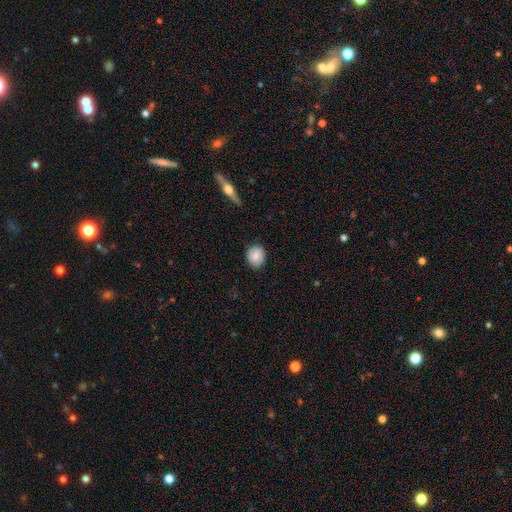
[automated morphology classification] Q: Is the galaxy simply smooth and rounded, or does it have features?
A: smooth — 83%.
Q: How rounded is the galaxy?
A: round — 65%.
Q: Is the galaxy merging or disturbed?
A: none — 85%.